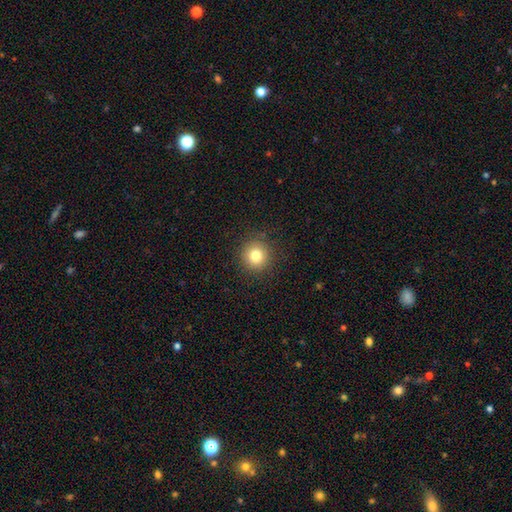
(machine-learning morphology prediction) smooth_or_featured: smooth (p=0.79) [alt: star or artifact p=0.12]
how_rounded: round (p=0.94) [alt: in between p=0.05]
merging: none (p=0.90) [alt: minor disturbance p=0.07]